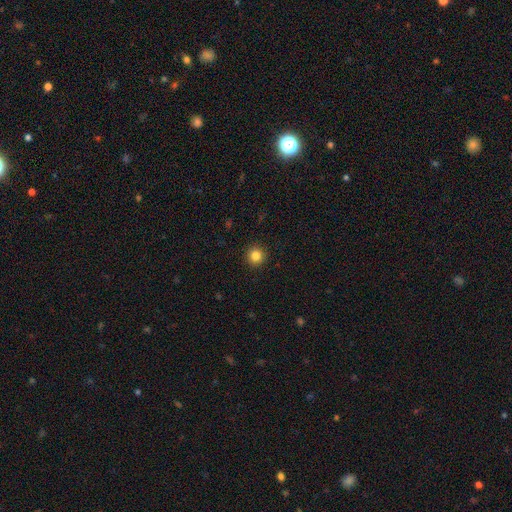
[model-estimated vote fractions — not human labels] This appears to be a smooth galaxy with no disk features (84%) that is round (95%). Merging: none (93%).